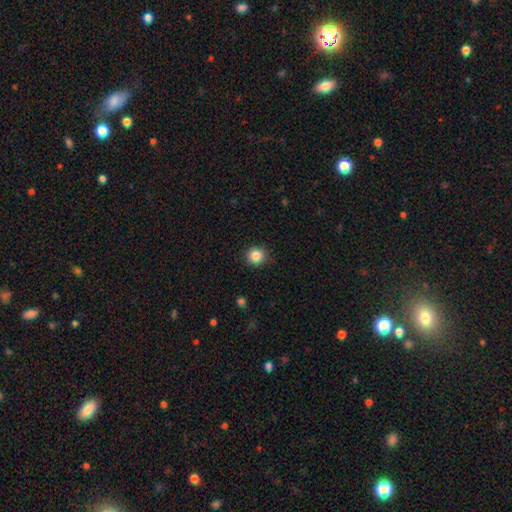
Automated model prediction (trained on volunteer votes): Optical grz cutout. It shows a smooth galaxy with no disk features (86%) that is round (91%). Merging: none (90%).